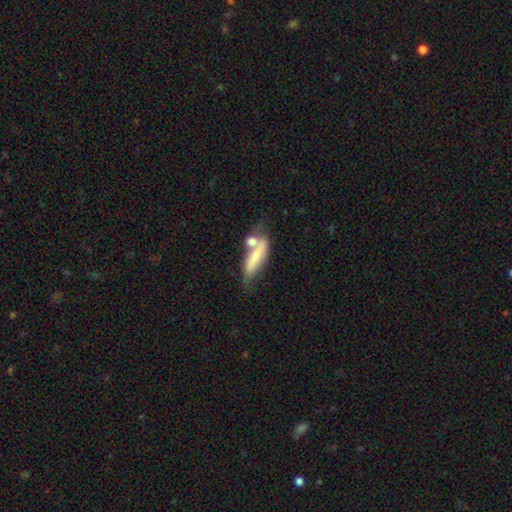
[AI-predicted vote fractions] smooth 54%, featured or disk 39%, star or artifact 7%. Down the decision tree: how rounded — cigar-shaped (48%, tied with in between); merging — merger (39%).